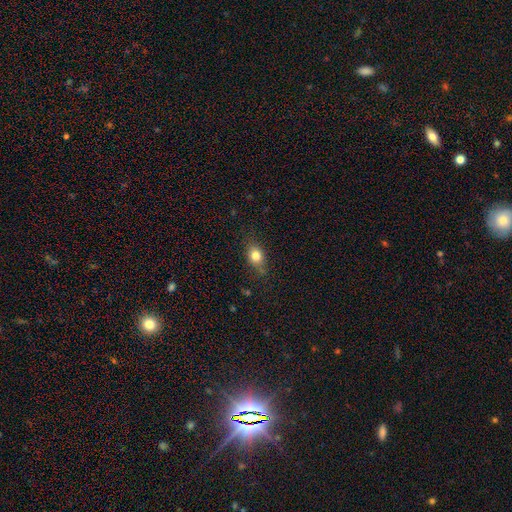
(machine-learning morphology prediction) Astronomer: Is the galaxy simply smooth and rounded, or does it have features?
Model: smooth — 79%.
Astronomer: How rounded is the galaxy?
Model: in between — 58% (runner-up: round, 39%).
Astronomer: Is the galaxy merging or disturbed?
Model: none — 76%.